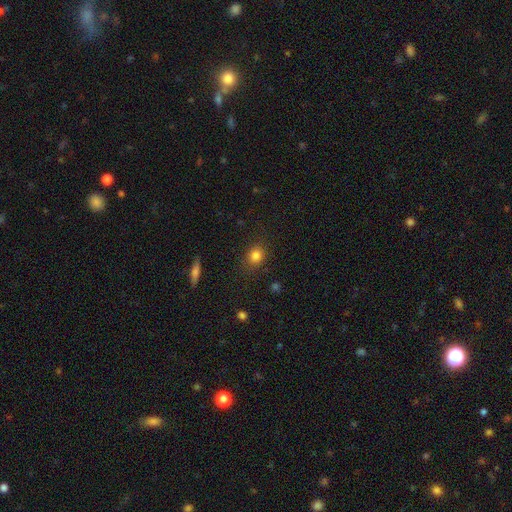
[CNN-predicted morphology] Smooth or featured? smooth (83%)
How rounded? round (67%)
Merging? none (85%)